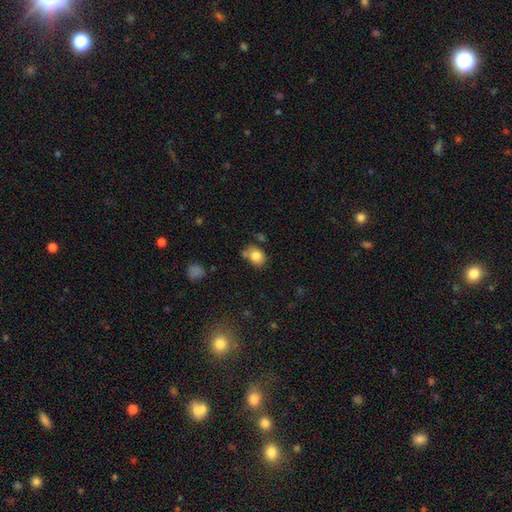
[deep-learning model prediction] smooth_or_featured: smooth (p=0.82) [alt: star or artifact p=0.09]
how_rounded: in between (p=0.59) [alt: round p=0.40]
merging: none (p=0.63) [alt: minor disturbance p=0.20]